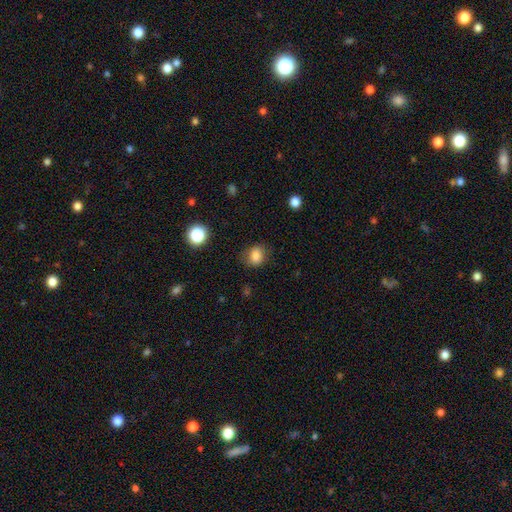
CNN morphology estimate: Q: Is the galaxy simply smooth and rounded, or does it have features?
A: smooth — 83%.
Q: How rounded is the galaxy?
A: round — 57%.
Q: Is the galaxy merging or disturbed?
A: none — 75%.